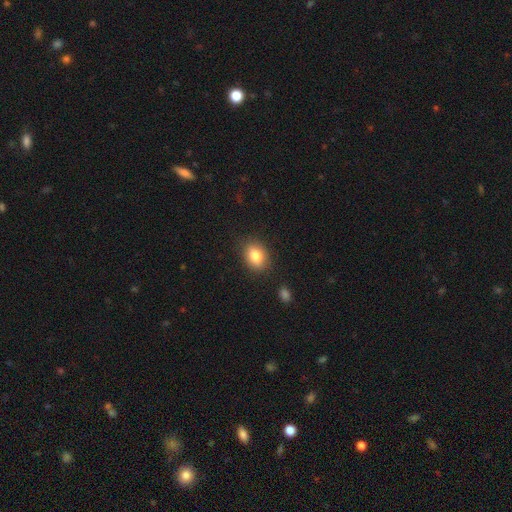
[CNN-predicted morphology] smooth 82%, featured or disk 9%, star or artifact 9%. Down the decision tree: how rounded — in between (68%); merging — none (85%).